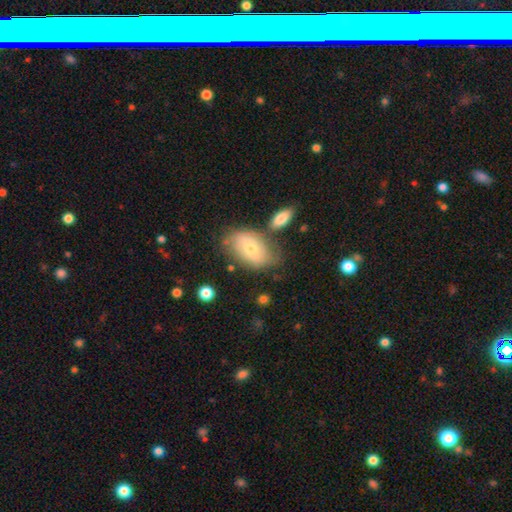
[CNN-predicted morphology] A smooth galaxy with no disk features (50%) that is in between round and cigar-shaped (88%). Merging: none (57%).